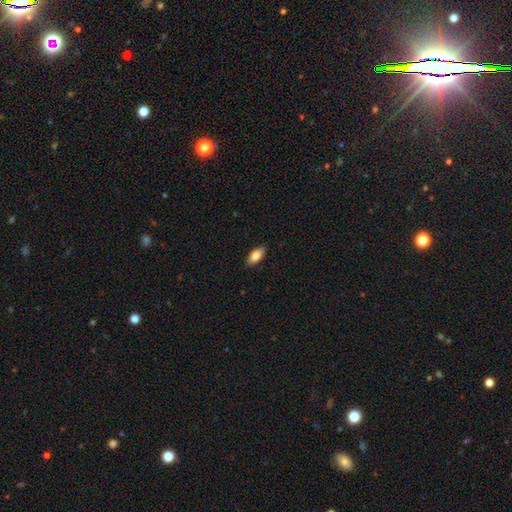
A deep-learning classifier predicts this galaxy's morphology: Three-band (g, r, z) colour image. It shows a smooth galaxy with no disk features (79%) that is in between round and cigar-shaped (88%). Merging: none (89%).